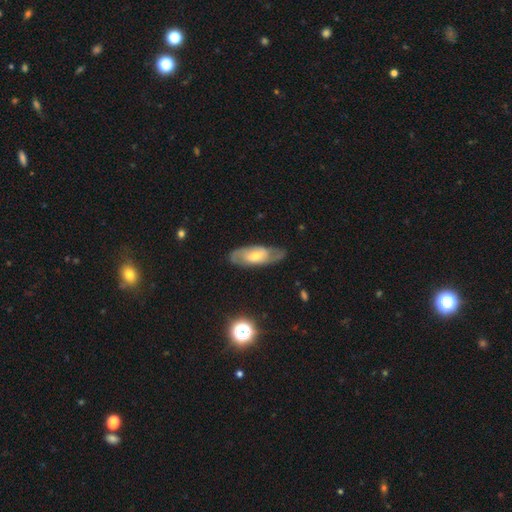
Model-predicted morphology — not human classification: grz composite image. It shows a featured or disk galaxy (64%) with no bar (48%), spiral arms (81%) and a moderate central bulge (51%). Merging: none (75%).